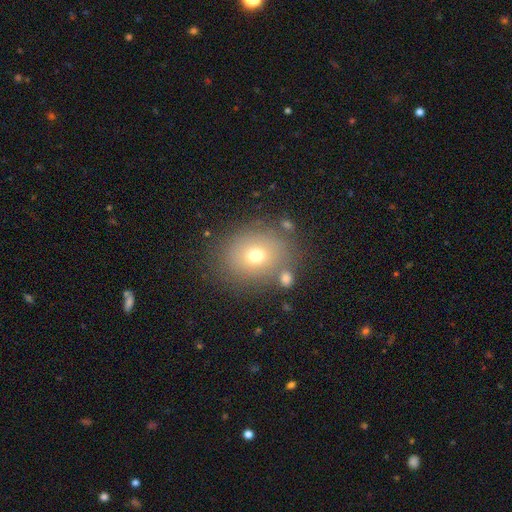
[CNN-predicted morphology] Q: Smooth or featured?
A: smooth (68%); runner-up: featured or disk (16%)
Q: How rounded?
A: round (69%); runner-up: in between (31%)
Q: Merging?
A: none (77%); runner-up: minor disturbance (11%)